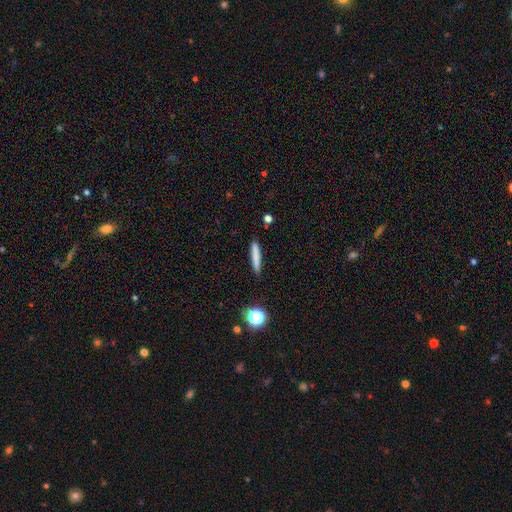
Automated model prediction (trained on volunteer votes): Smooth or featured?
  - smooth: 78% *
  - featured or disk: 14%
  - star or artifact: 8%
How rounded?
  - cigar-shaped: 93% *
  - in between: 6%
  - round: 2%
Merging?
  - none: 90% *
  - minor disturbance: 7%
  - major disturbance: 2%
  - merger: 2%